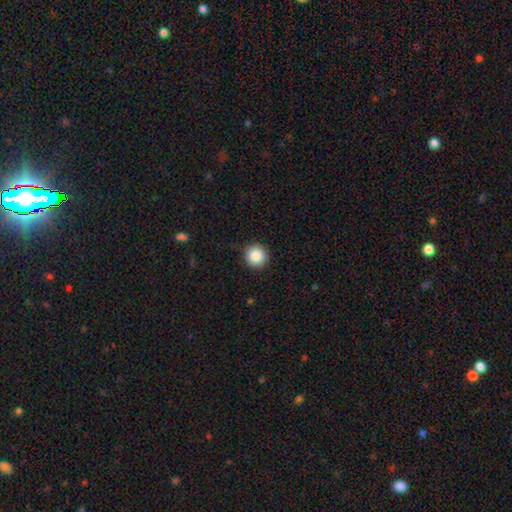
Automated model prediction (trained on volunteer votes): Q: Smooth or featured?
A: smooth (87%); runner-up: star or artifact (9%)
Q: How rounded?
A: round (95%); runner-up: in between (4%)
Q: Merging?
A: none (91%); runner-up: minor disturbance (6%)